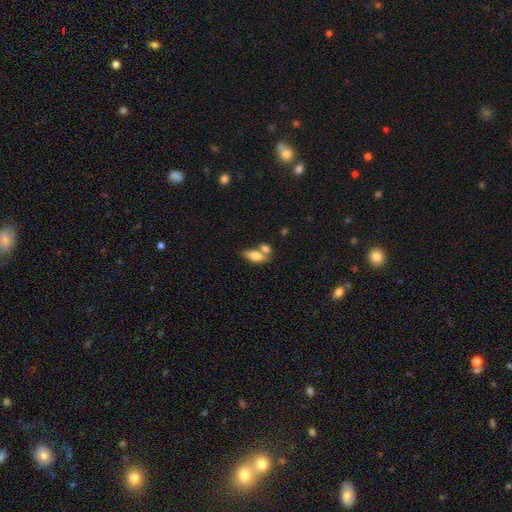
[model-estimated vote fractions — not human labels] Smooth or featured? Predicted: smooth (p=0.75). How rounded? Predicted: in between (p=0.84). Merging? Predicted: merger (p=0.44).